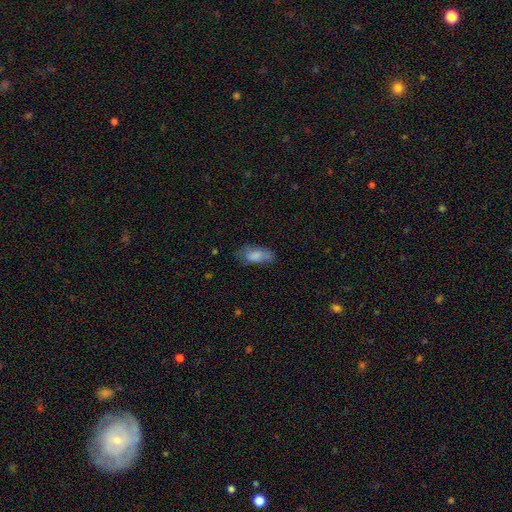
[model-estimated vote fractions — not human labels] Smooth or featured: smooth — 76% (featured or disk — 16%)
How rounded: in between — 86% (cigar-shaped — 11%)
Merging: none — 53% (minor disturbance — 30%)